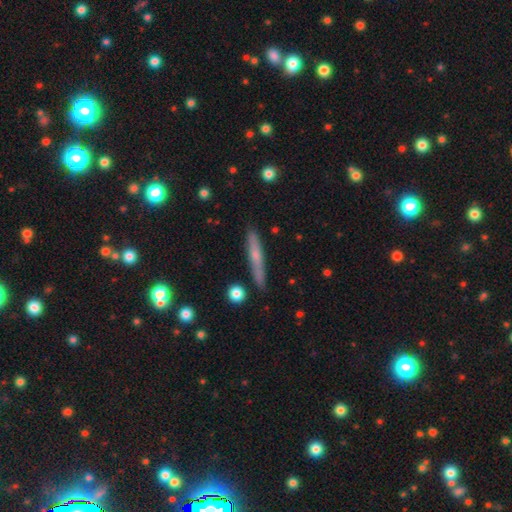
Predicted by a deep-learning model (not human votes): This appears to be a smooth galaxy with no disk features (49%). Merging: none (87%).